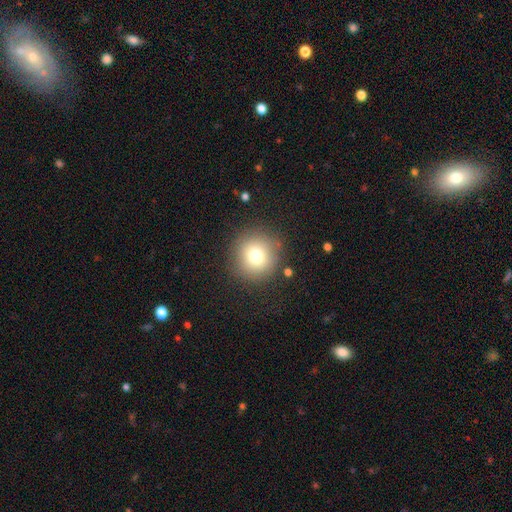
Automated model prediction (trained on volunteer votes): Smooth or featured? Predicted: smooth (p=0.77). How rounded? Predicted: round (p=0.94). Merging? Predicted: none (p=0.86).